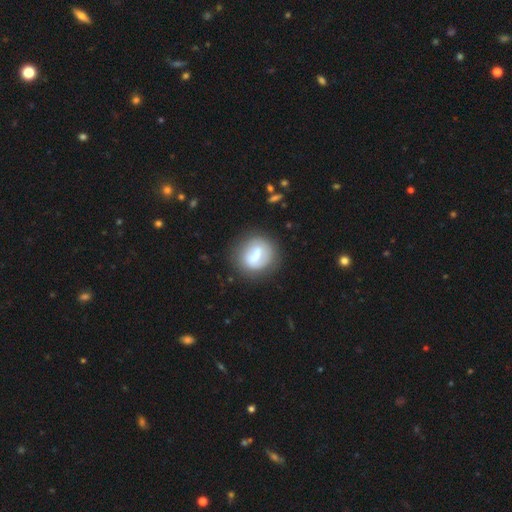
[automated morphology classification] Overall: smooth (52%; featured or disk 40%). How rounded: round (73%). Merging: none (75%).